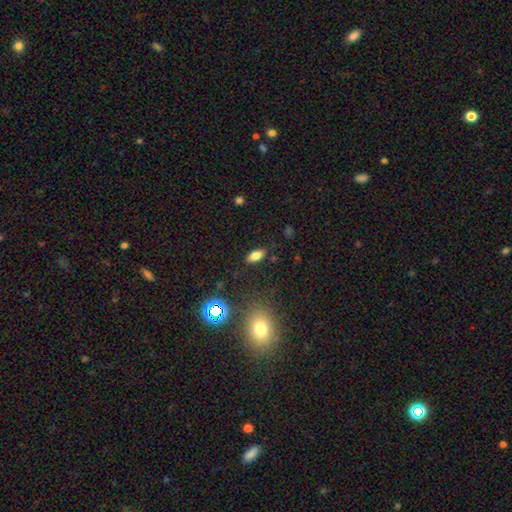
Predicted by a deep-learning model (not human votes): A smooth galaxy with no disk features (74%) that is in between round and cigar-shaped (85%). Merging: none (84%).